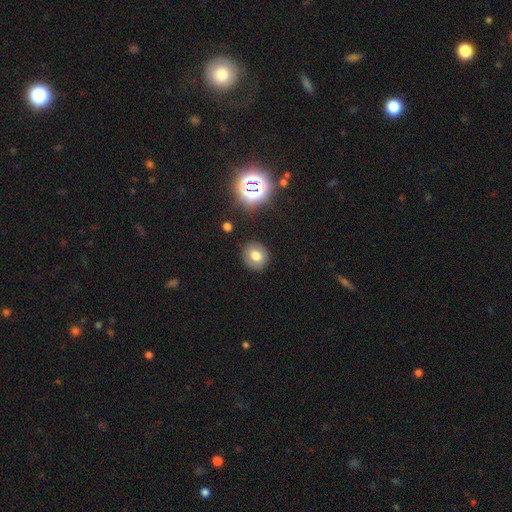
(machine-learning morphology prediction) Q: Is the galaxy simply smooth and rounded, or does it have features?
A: smooth — 72%.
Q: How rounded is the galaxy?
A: round — 79%.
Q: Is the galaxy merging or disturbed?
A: none — 88%.